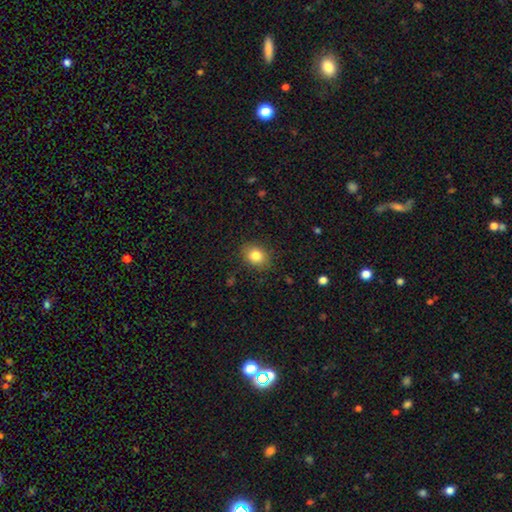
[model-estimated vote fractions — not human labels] A smooth galaxy with no disk features (83%) that is in between round and cigar-shaped (56%).

Vote fractions:
- Smooth or featured? smooth: 83% / star or artifact: 10% / featured or disk: 7%
- How rounded? in between: 56% / round: 43% / cigar-shaped: 1%
- Merging? none: 87% / minor disturbance: 10% / major disturbance: 3% / merger: 1%